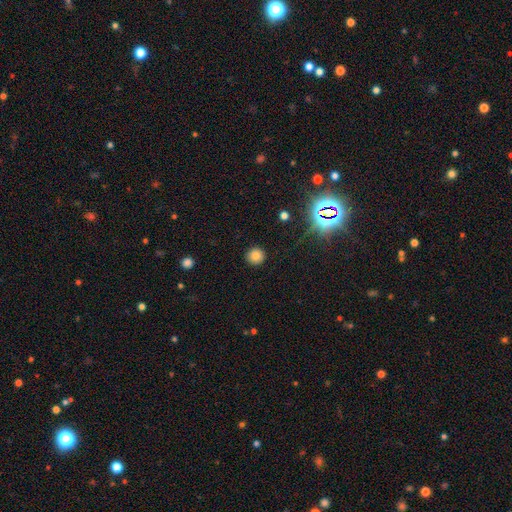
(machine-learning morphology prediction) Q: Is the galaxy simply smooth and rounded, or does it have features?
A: smooth — 81%.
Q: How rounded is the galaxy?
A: round — 94%.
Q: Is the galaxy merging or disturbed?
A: none — 91%.